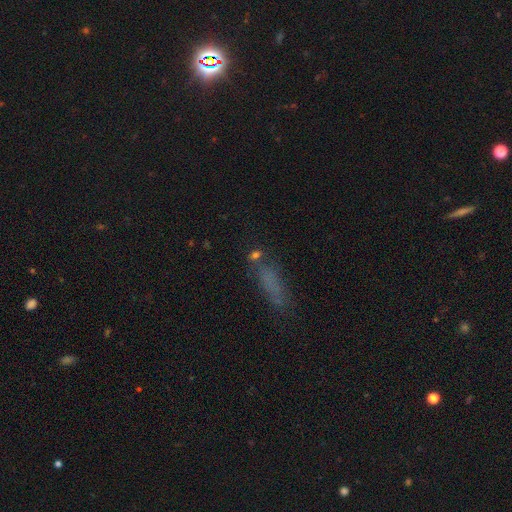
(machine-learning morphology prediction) Smooth or featured? smooth (63%)
How rounded? in between (48%)
Merging? none (57%)